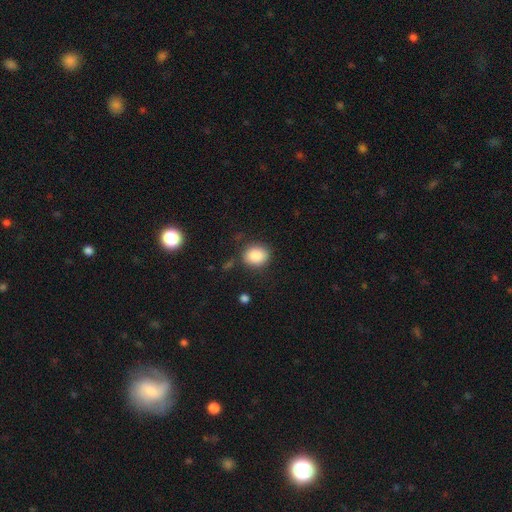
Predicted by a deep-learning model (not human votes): A smooth galaxy with no disk features (86%) that is round (58%).

Vote fractions:
- Smooth or featured? smooth: 86% / star or artifact: 9% / featured or disk: 5%
- How rounded? round: 58% / in between: 41% / cigar-shaped: 1%
- Merging? none: 80% / minor disturbance: 13% / major disturbance: 4% / merger: 3%